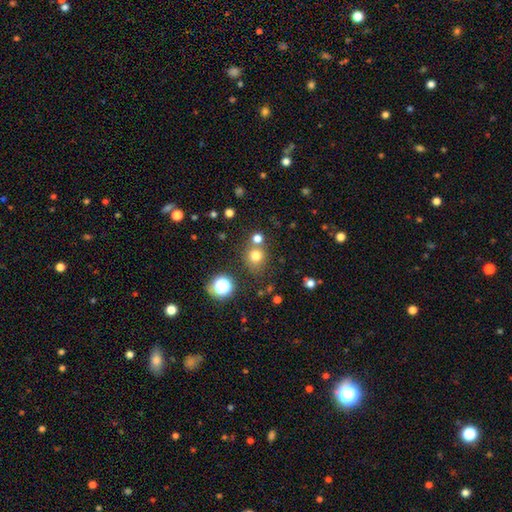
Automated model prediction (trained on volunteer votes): smooth_or_featured: smooth (p=0.74) [alt: star or artifact p=0.18]
how_rounded: round (p=0.86) [alt: in between p=0.13]
merging: none (p=0.69) [alt: merger p=0.17]